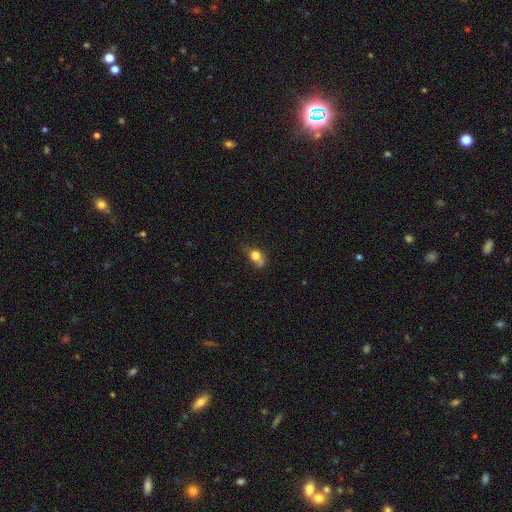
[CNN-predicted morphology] type=smooth (72%); roundness=in between (60%); merging=none (36%).